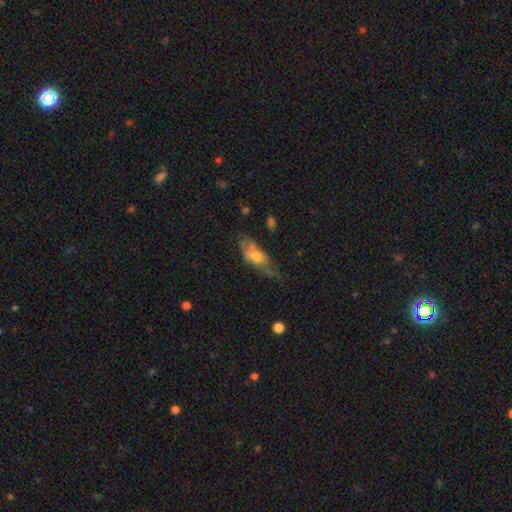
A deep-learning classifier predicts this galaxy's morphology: This is possibly a smooth galaxy (52%). How rounded: likely in between (77%). Merging: marginally none (37%).